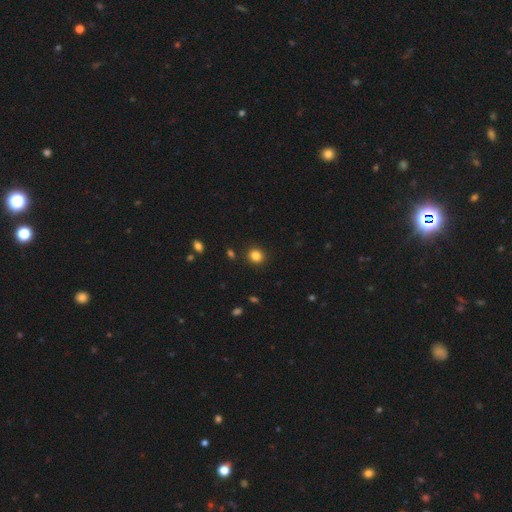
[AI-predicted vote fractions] This appears to be a smooth galaxy with no disk features (84%) that is round (86%). Merging: none (90%).